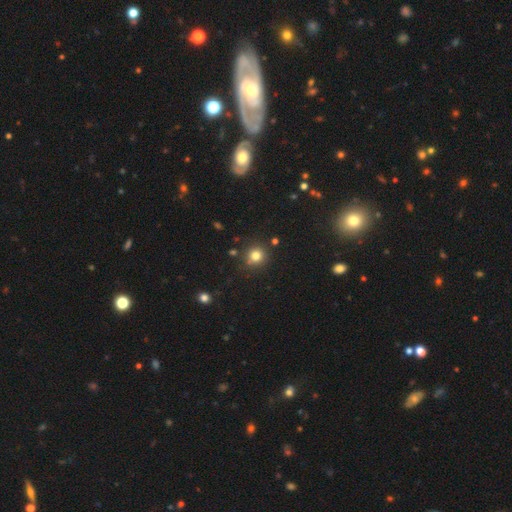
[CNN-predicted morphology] This appears to be a smooth galaxy with no disk features (80%) that is round (89%). Merging: none (84%).